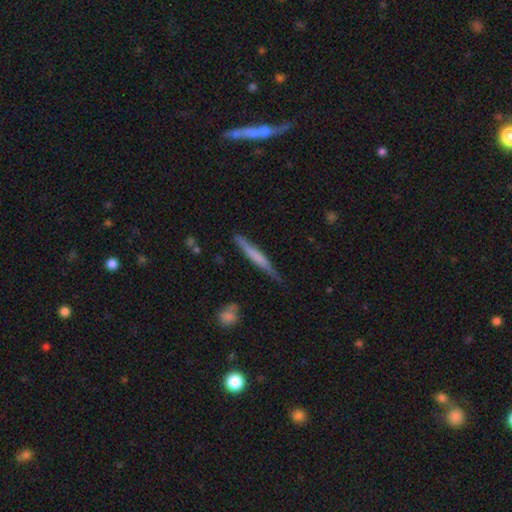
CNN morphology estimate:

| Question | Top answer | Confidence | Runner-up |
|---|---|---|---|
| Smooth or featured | smooth | 51% | featured or disk (43%) |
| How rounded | cigar-shaped | 95% | in between (3%) |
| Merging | none | 78% | minor disturbance (17%) |